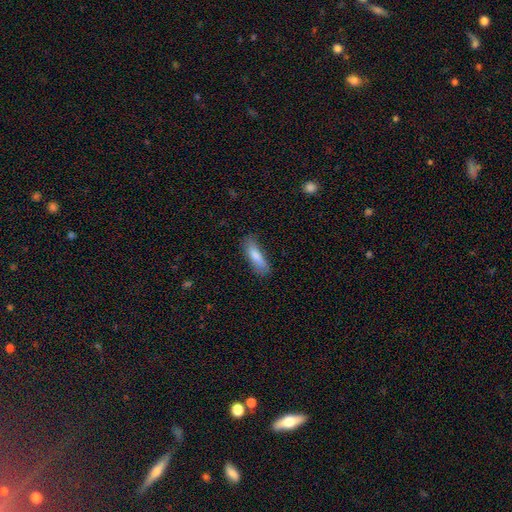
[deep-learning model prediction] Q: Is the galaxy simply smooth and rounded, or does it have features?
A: smooth — 79%.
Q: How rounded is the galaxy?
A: cigar-shaped — 59%.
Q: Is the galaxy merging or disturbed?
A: none — 75%.